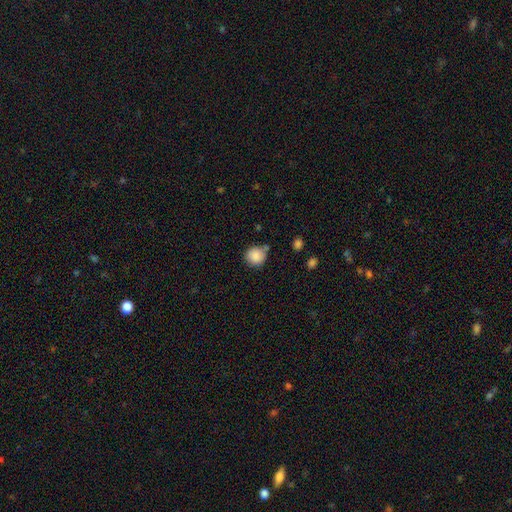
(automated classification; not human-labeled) Smooth or featured: smooth — 87% (star or artifact — 9%)
How rounded: round — 90% (in between — 9%)
Merging: none — 70% (minor disturbance — 18%)